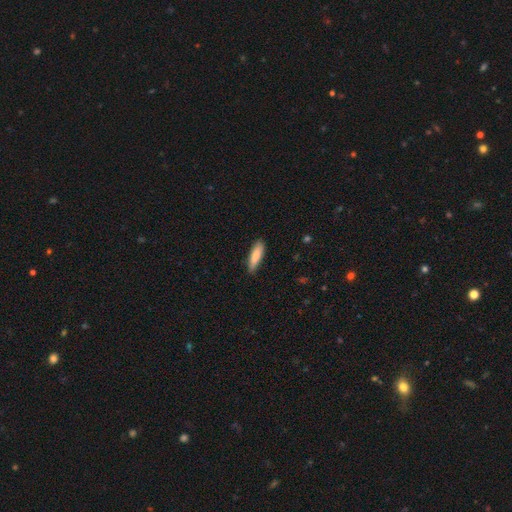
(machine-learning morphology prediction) smooth 80%, featured or disk 14%, star or artifact 6%. Down the decision tree: how rounded — cigar-shaped (63%); merging — none (84%).